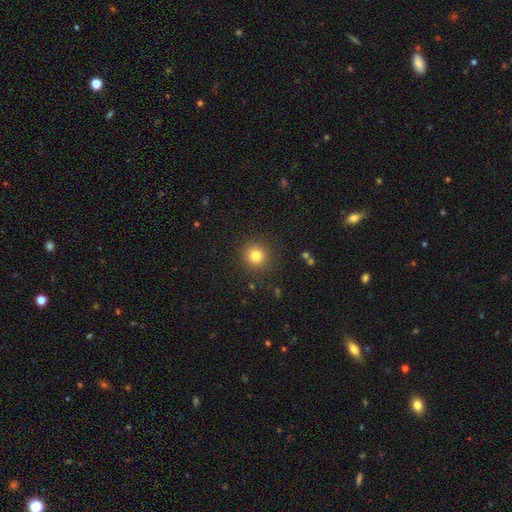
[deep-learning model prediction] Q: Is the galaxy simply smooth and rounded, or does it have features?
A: smooth — 81%.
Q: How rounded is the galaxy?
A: round — 92%.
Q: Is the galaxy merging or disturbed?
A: none — 89%.